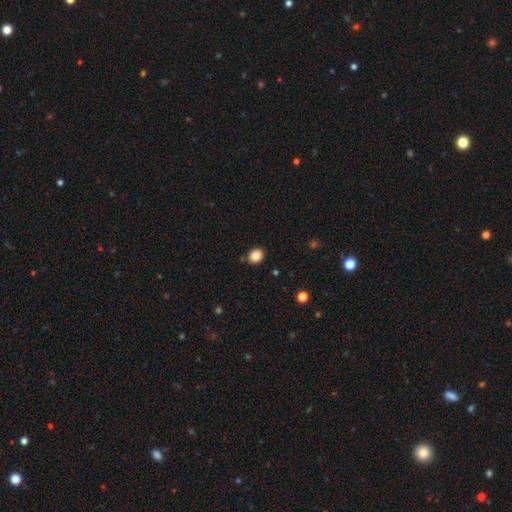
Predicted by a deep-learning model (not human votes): Q: Smooth or featured?
A: smooth (86%); runner-up: star or artifact (10%)
Q: How rounded?
A: round (77%); runner-up: in between (22%)
Q: Merging?
A: none (86%); runner-up: minor disturbance (9%)